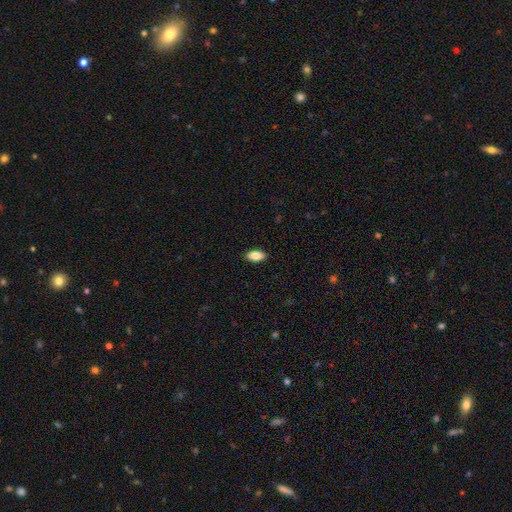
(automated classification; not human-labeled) A smooth galaxy with no disk features (85%) that is in between round and cigar-shaped (90%). Merging: none (90%).